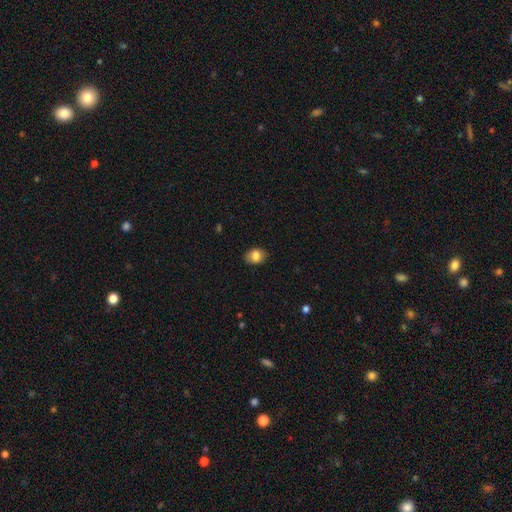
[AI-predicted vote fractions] smooth-or-featured: smooth: 83% | featured or disk: 9% | star or artifact: 9%
  how-rounded: in between: 58% | round: 41% | cigar-shaped: 1%
  merging: none: 81% | minor disturbance: 15% | major disturbance: 3% | merger: 1%